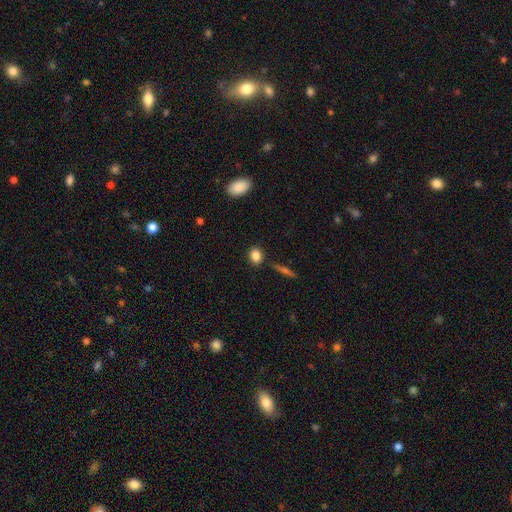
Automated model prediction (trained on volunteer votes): A smooth galaxy with no disk features (85%) that is round (50%). Merging: none (84%).